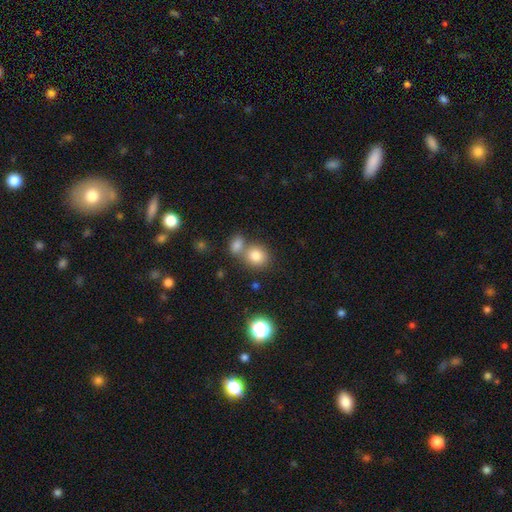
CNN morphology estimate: A smooth galaxy with no disk features (81%) that is round (76%).

Vote fractions:
- Smooth or featured? smooth: 81% / star or artifact: 11% / featured or disk: 8%
- How rounded? round: 76% / in between: 23% / cigar-shaped: 1%
- Merging? none: 51% / merger: 37% / minor disturbance: 8% / major disturbance: 3%